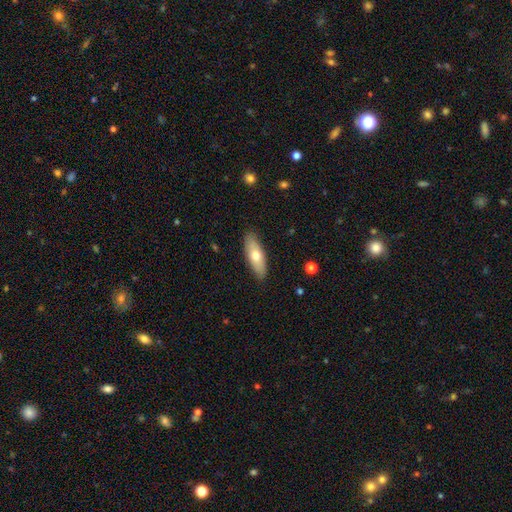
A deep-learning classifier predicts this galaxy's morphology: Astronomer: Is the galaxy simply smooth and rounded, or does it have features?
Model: smooth — 65%.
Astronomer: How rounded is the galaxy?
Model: in between — 63%.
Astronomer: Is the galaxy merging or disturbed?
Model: none — 88%.